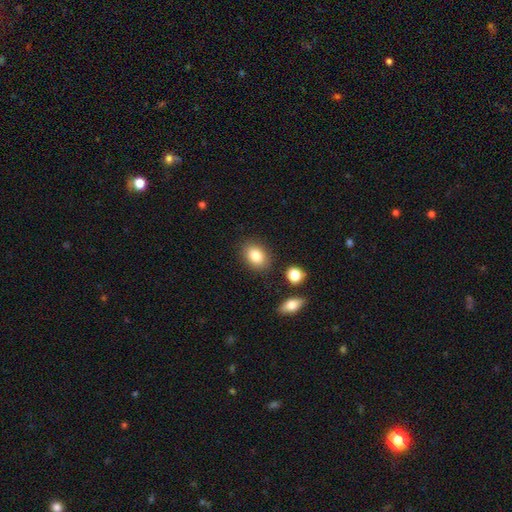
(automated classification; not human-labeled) A smooth galaxy with no disk features (84%) that is in between round and cigar-shaped (72%).

Vote fractions:
- Smooth or featured? smooth: 84% / star or artifact: 9% / featured or disk: 8%
- How rounded? in between: 72% / round: 27% / cigar-shaped: 1%
- Merging? none: 84% / minor disturbance: 10% / merger: 3% / major disturbance: 3%